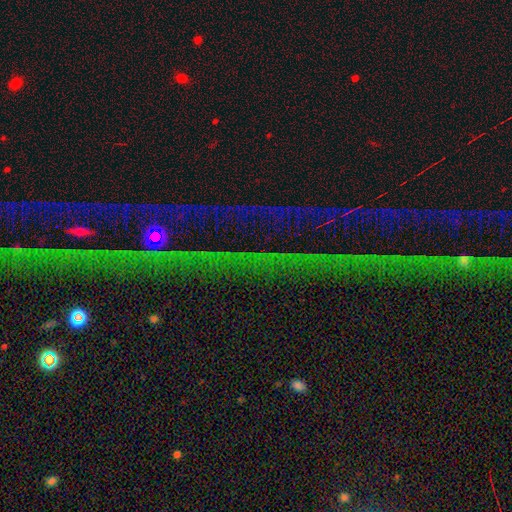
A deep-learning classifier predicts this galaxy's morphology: A star or artifact, not a galaxy (85%).

Vote fractions:
- Smooth or featured? star or artifact: 85% / featured or disk: 9% / smooth: 7%